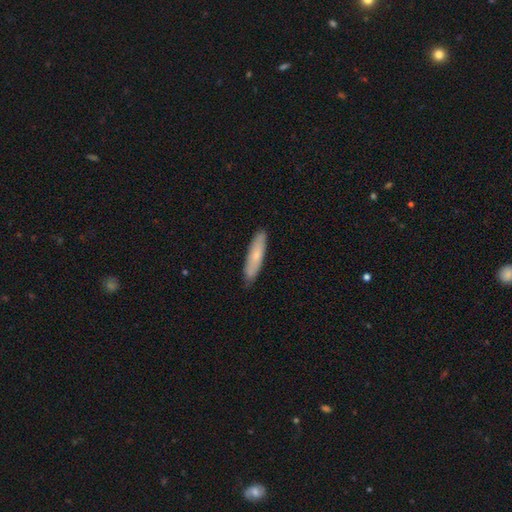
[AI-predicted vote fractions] Smooth or featured?
  - smooth: 69% *
  - featured or disk: 25%
  - star or artifact: 6%
How rounded?
  - cigar-shaped: 78% *
  - in between: 20%
  - round: 2%
Merging?
  - none: 86% *
  - minor disturbance: 11%
  - major disturbance: 2%
  - merger: 1%